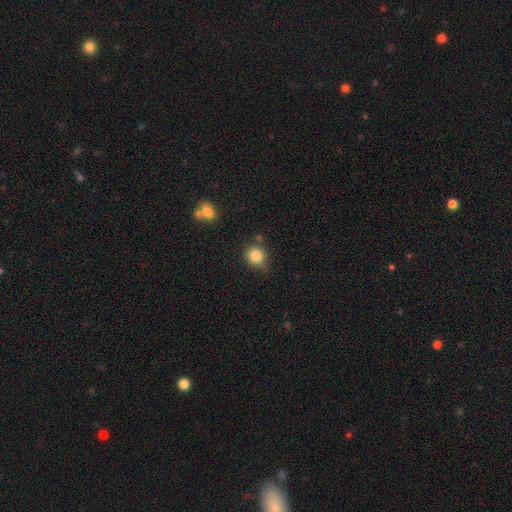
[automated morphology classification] Overall: smooth (83%). How rounded: round (86%). Merging: none (66%).